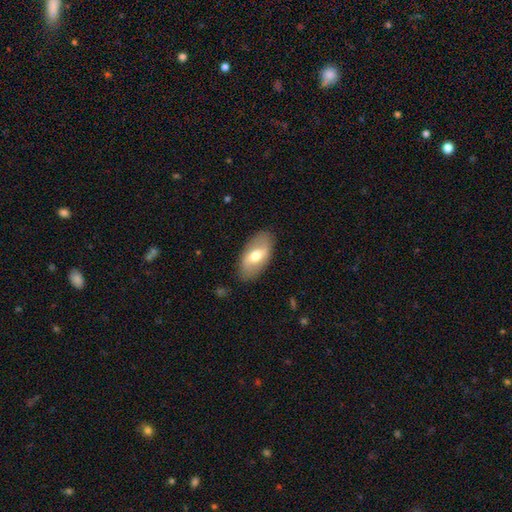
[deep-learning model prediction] Morphology: type=smooth (53%); roundness=in between (93%); merging=none (84%).